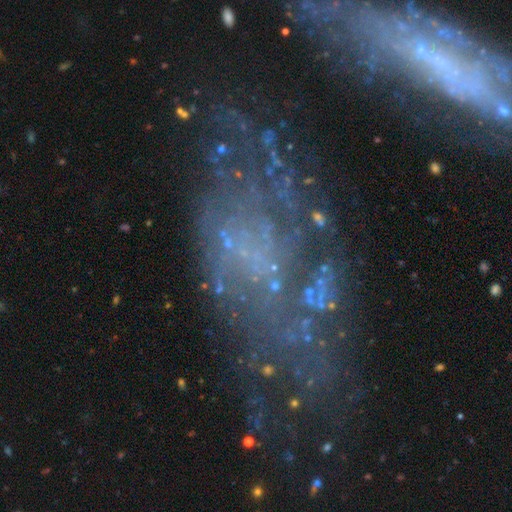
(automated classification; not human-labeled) The model was most divided on "spiral arms": yes: 59%, no: 41%. Remaining: edge-on disk — no (86%); bulge size — none (69%); smooth or featured — featured or disk (68%); bar — no (62%); merging — none (46%).